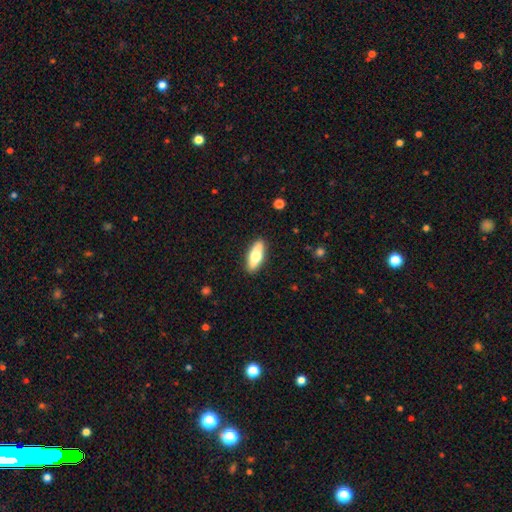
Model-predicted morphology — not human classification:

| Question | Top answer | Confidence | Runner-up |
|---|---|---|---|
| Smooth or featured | smooth | 62% | featured or disk (32%) |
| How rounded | in between | 64% | cigar-shaped (34%) |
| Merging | none | 89% | minor disturbance (8%) |